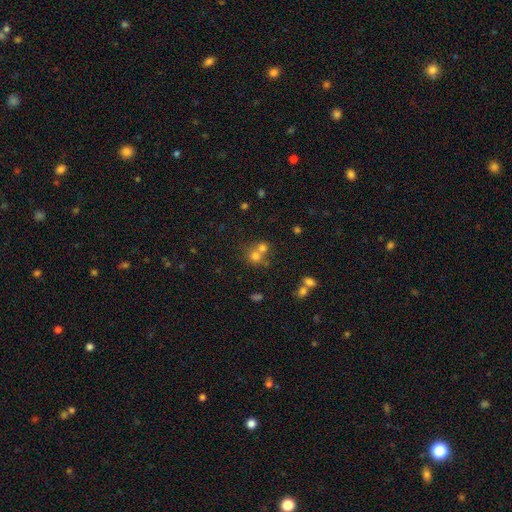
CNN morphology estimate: Smooth or featured? Predicted: smooth (p=0.69). How rounded? Predicted: round (p=0.82). Merging? Predicted: merger (p=0.51).